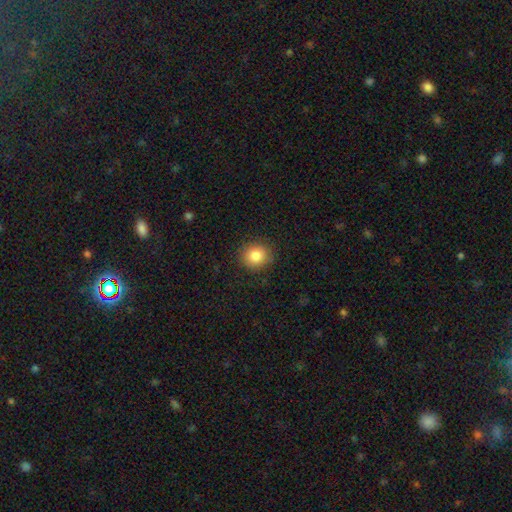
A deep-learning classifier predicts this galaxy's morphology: Smooth or featured? smooth (84%)
How rounded? round (84%)
Merging? none (89%)